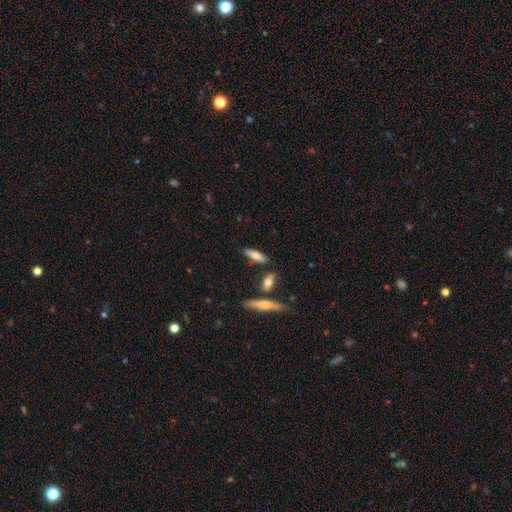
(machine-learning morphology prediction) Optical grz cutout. It shows a smooth galaxy with no disk features (70%) that is cigar-shaped (51%). Merging: none (78%).